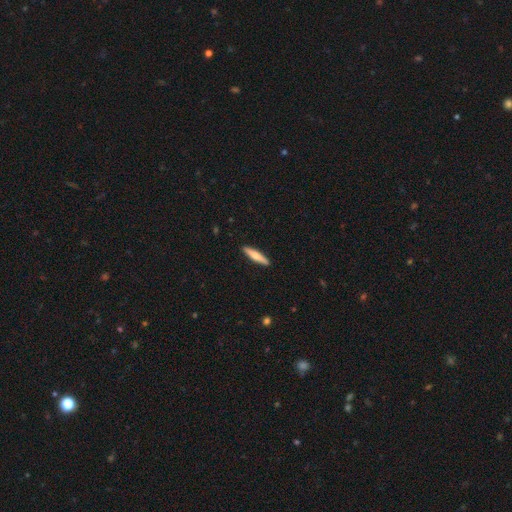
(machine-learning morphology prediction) A smooth galaxy with no disk features (63%) that is cigar-shaped (86%). Merging: none (91%).